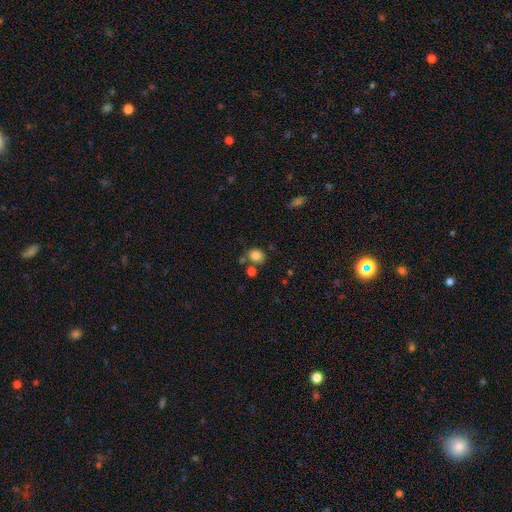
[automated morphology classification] A smooth galaxy with no disk features (83%) that is round (67%). Merging: none (69%).